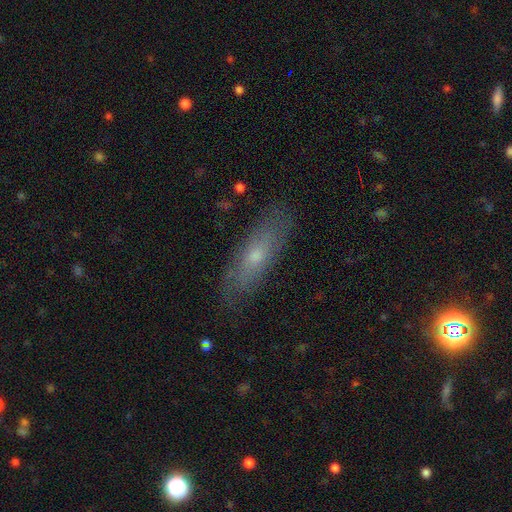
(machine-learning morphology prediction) Smooth or featured? smooth (51%)
How rounded? cigar-shaped (50%)
Merging? none (80%)